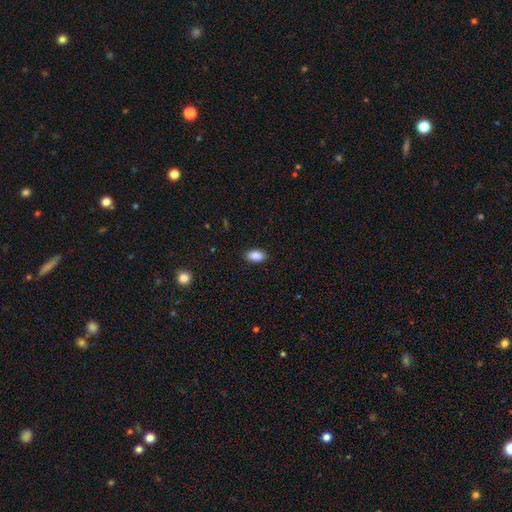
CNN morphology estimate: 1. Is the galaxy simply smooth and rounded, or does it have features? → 89% smooth, 8% star or artifact, 4% featured or disk.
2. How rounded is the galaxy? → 92% in between, 5% round, 3% cigar-shaped.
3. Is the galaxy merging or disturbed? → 88% none, 9% minor disturbance, 2% major disturbance, 1% merger.